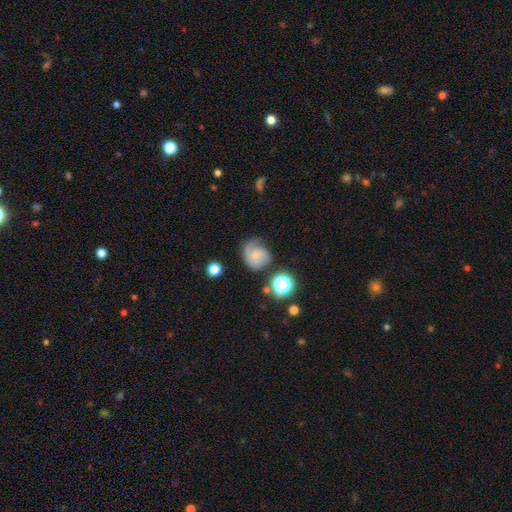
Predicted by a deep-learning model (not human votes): A featured or disk galaxy (56%) with no bar (71%), spiral arms (89%) and a small central bulge (59%).

Vote fractions:
- Smooth or featured? featured or disk: 56% / smooth: 34% / star or artifact: 11%
- Edge-on disk? no: 98% / yes: 2%
- Bar? no: 71% / weak: 25% / strong: 4%
- Spiral arms? yes: 89% / no: 11%
- Bulge size? small: 59% / none: 20% / moderate: 17% / large: 2% / dominant: 1%
- Merging? none: 48% / minor disturbance: 28% / major disturbance: 20% / merger: 4%